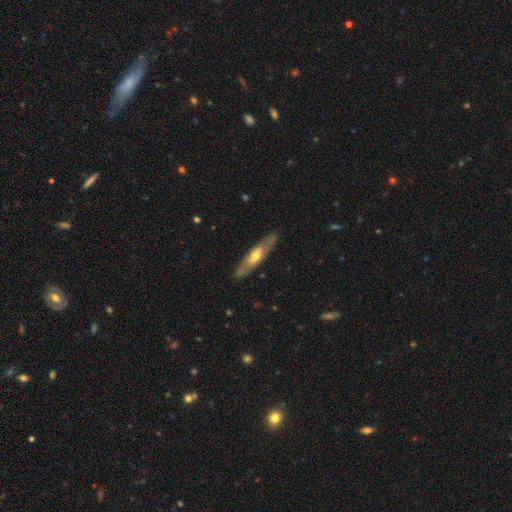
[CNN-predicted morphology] This is likely a featured or disk galaxy (62%). It is possibly viewed edge-on (53%). Merging: clearly none (86%).